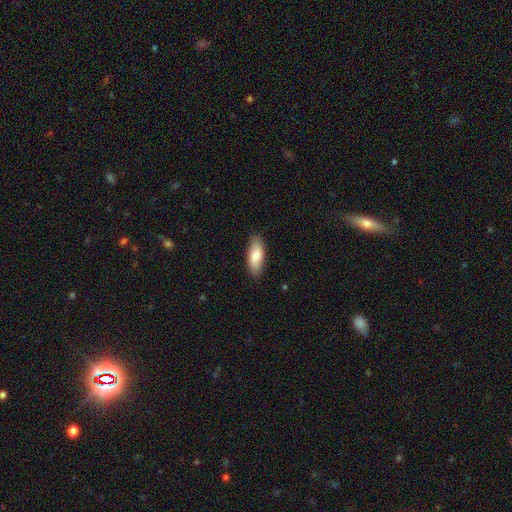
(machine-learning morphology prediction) Smooth or featured?
  - smooth: 82% *
  - featured or disk: 12%
  - star or artifact: 6%
How rounded?
  - in between: 76% *
  - cigar-shaped: 22%
  - round: 2%
Merging?
  - none: 87% *
  - minor disturbance: 10%
  - major disturbance: 2%
  - merger: 1%